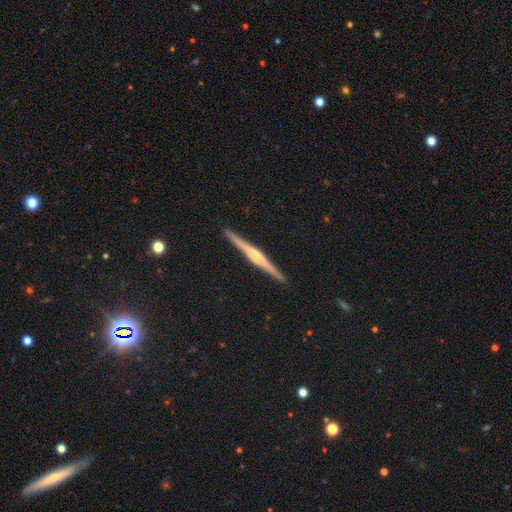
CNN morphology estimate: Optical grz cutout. It shows a featured or disk galaxy (80%) viewed edge-on (98%) with a rounded central bulge (67%). Merging: none (92%).